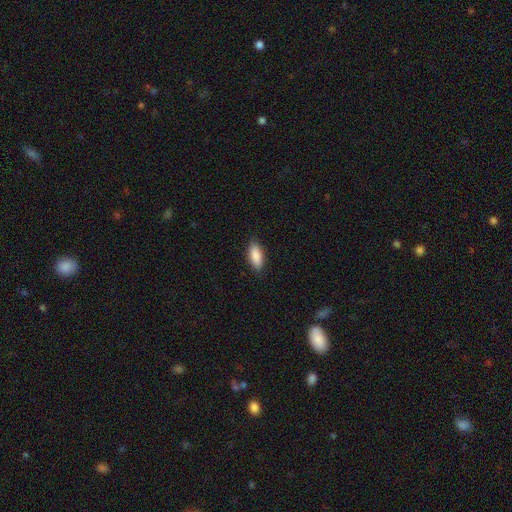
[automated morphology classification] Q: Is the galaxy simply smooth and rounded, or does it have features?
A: smooth — 88%.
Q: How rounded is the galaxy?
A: in between — 80%.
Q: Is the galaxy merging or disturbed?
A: none — 87%.